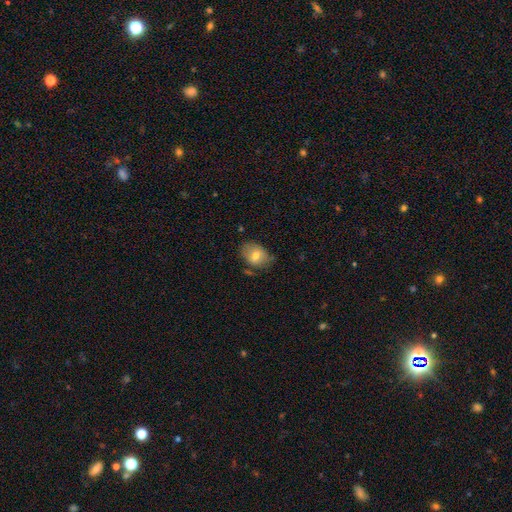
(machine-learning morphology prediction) Smooth or featured? Predicted: smooth (p=0.70). How rounded? Predicted: in between (p=0.72). Merging? Predicted: none (p=0.65).